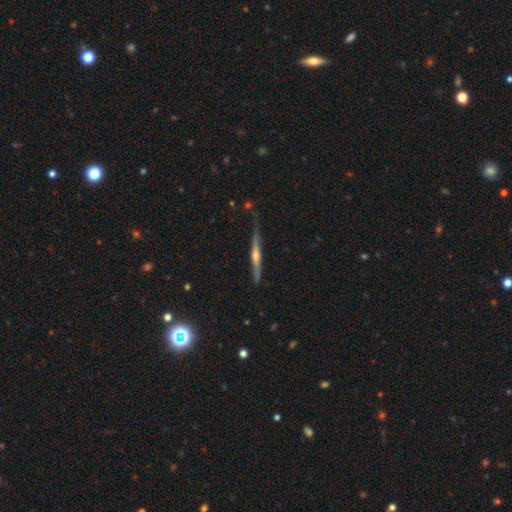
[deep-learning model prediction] smooth_or_featured: featured or disk (p=0.72) [alt: smooth p=0.21]
disk_edge_on: yes (p=0.97) [alt: no p=0.03]
edge_on_bulge: rounded (p=0.79) [alt: none p=0.15]
merging: none (p=0.72) [alt: minor disturbance p=0.22]